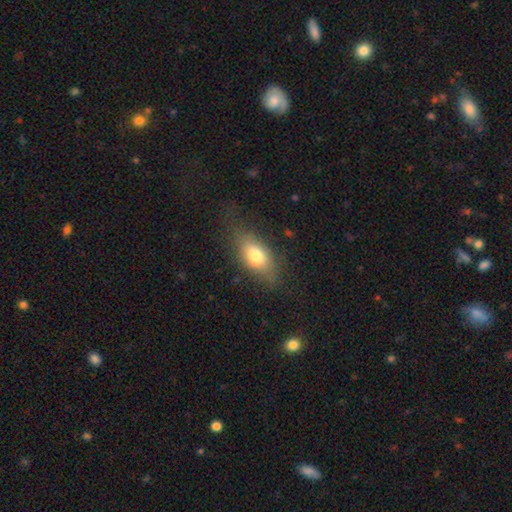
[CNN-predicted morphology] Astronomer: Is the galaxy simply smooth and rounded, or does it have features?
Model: smooth — 73%.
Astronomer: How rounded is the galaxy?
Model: in between — 83%.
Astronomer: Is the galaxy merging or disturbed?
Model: none — 70%.